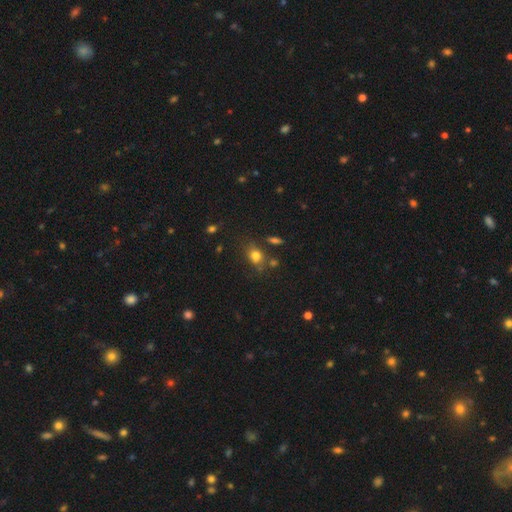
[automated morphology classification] Q: Smooth or featured?
A: smooth (77%); runner-up: star or artifact (13%)
Q: How rounded?
A: in between (56%); runner-up: round (41%)
Q: Merging?
A: none (66%); runner-up: minor disturbance (18%)